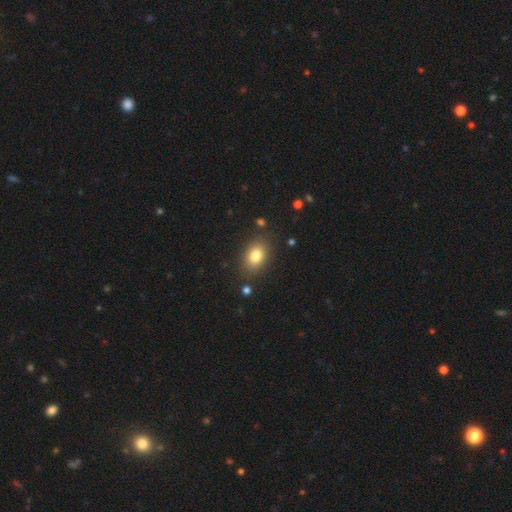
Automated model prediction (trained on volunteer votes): This is clearly a smooth galaxy (80%). How rounded: likely in between (76%). Merging: clearly none (83%).